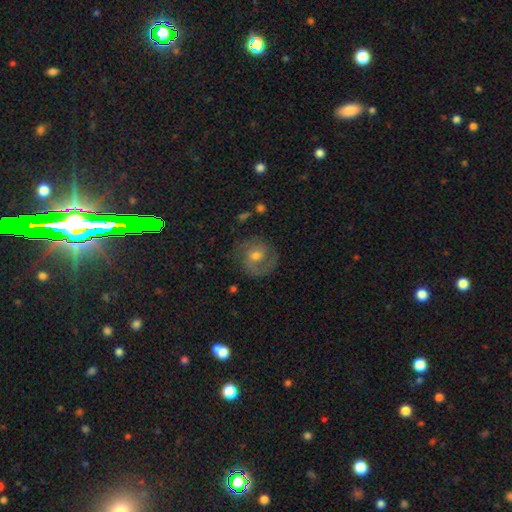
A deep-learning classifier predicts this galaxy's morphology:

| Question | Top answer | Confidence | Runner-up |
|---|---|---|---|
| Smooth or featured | featured or disk | 59% | smooth (31%) |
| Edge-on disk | no | 97% | yes (3%) |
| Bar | no | 55% | weak (37%) |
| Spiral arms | yes | 81% | no (19%) |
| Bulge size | moderate | 62% | small (30%) |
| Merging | none | 72% | minor disturbance (17%) |